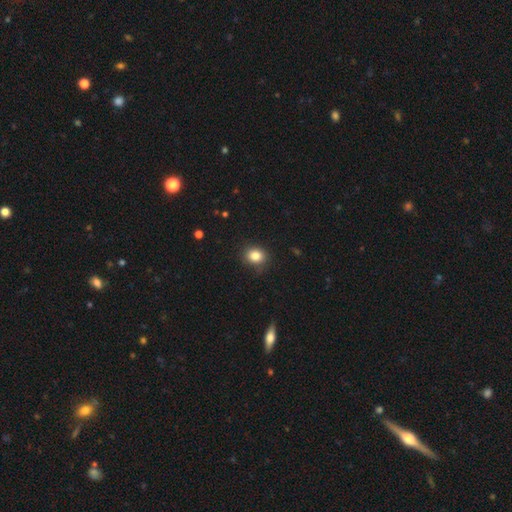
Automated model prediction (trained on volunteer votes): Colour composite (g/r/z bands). It shows a smooth galaxy with no disk features (83%) that is round (65%). Merging: none (84%).